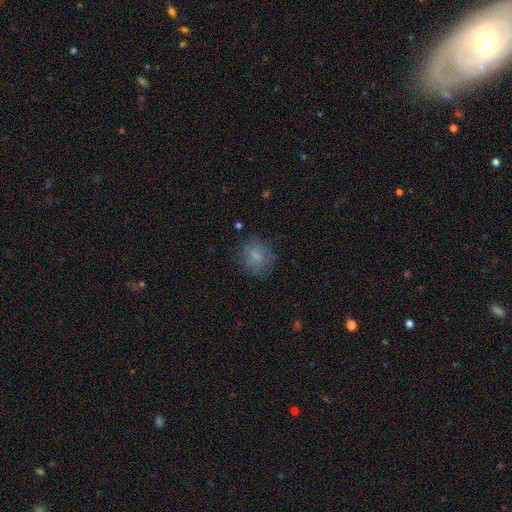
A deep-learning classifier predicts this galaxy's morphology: smooth_or_featured: smooth (p=0.72) [alt: featured or disk p=0.17]
how_rounded: round (p=0.60) [alt: in between p=0.38]
merging: none (p=0.70) [alt: minor disturbance p=0.18]